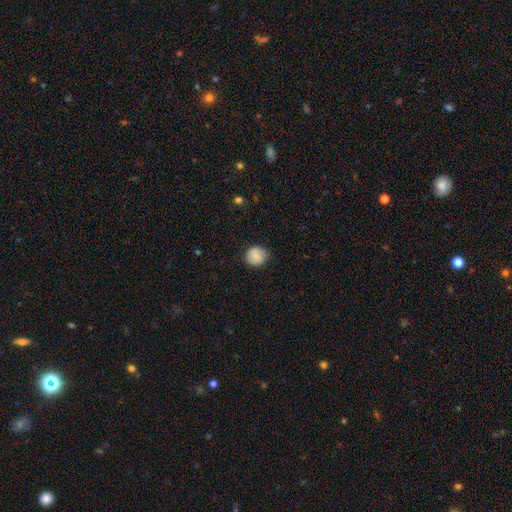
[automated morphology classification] Q: Smooth or featured?
A: smooth (71%); runner-up: featured or disk (21%)
Q: How rounded?
A: round (84%); runner-up: in between (15%)
Q: Merging?
A: none (80%); runner-up: minor disturbance (16%)